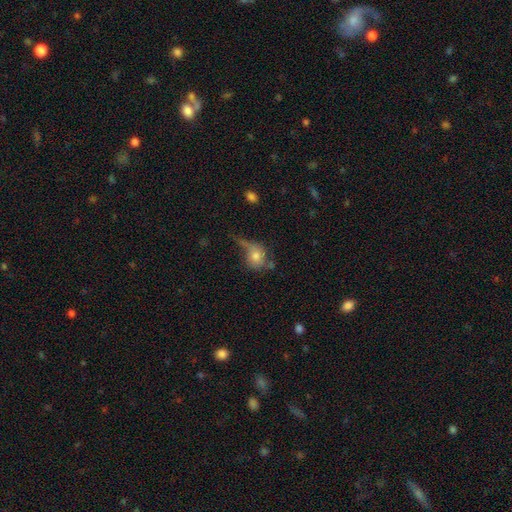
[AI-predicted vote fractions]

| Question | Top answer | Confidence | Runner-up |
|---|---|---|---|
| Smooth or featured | smooth | 61% | featured or disk (29%) |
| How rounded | round | 66% | in between (31%) |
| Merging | none | 33% | major disturbance (32%) |